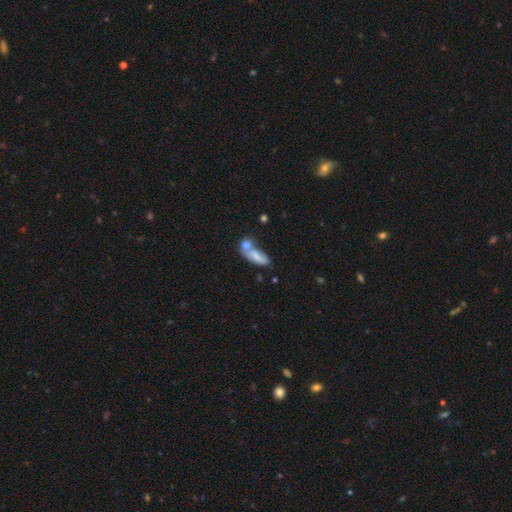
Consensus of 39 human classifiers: Volunteers were most divided on "merging": merger: 54%, none: 32%, major disturbance: 8%, minor disturbance: 5%. More confident: how rounded — in between (88%); smooth or featured — smooth (67%).